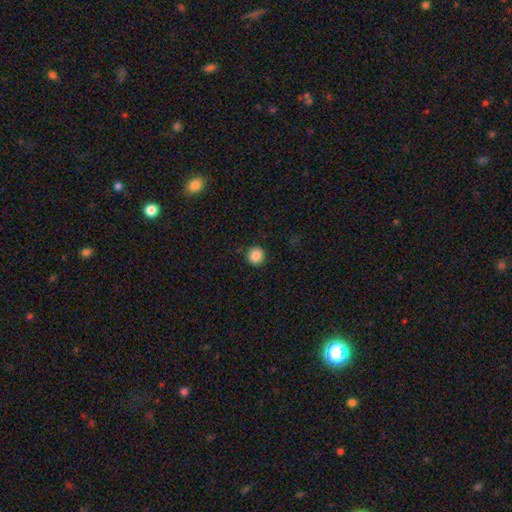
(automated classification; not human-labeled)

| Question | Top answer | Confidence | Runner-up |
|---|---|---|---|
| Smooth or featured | smooth | 87% | star or artifact (9%) |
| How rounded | round | 94% | in between (6%) |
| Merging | none | 90% | minor disturbance (7%) |